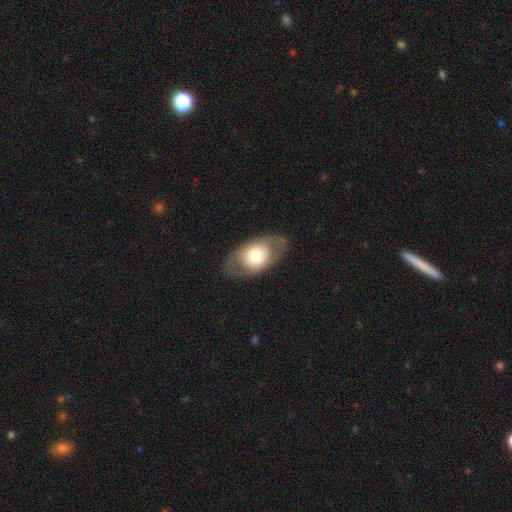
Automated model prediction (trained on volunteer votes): This appears to be a smooth galaxy with no disk features (59%) that is in between round and cigar-shaped (86%). Merging: none (77%).